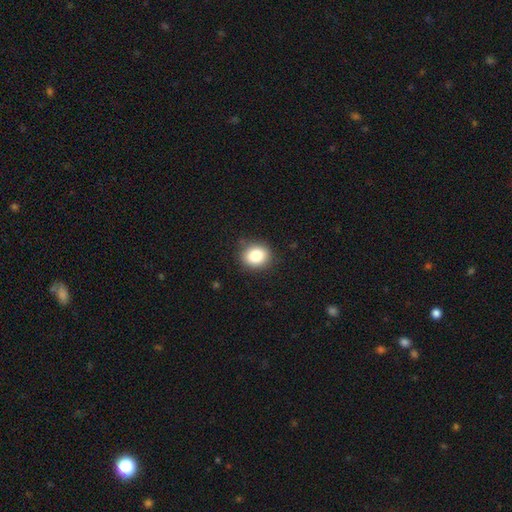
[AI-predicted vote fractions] smooth-or-featured: smooth: 84% | star or artifact: 9% | featured or disk: 6%
  how-rounded: round: 68% | in between: 31% | cigar-shaped: 1%
  merging: none: 85% | minor disturbance: 11% | major disturbance: 3% | merger: 1%